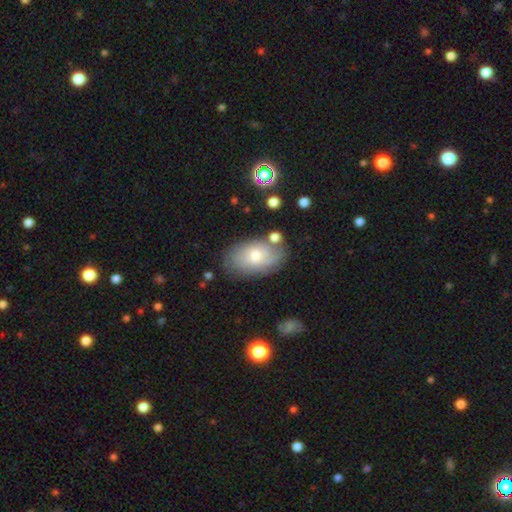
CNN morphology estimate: Overall: smooth (48%; featured or disk 42%). Merging: none (69%).